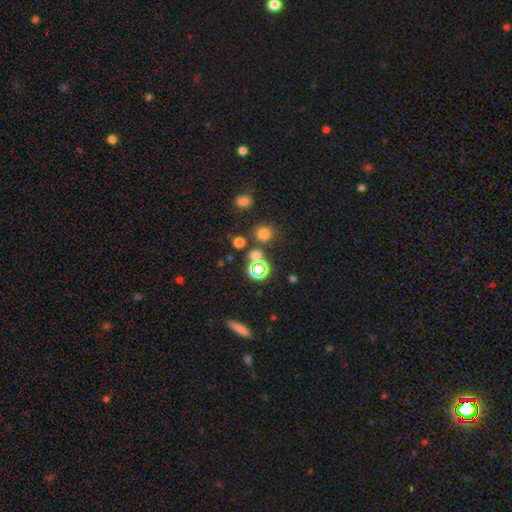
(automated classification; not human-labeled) This appears to be a smooth galaxy with no disk features (56%) that is round (84%). Merging: none (72%).